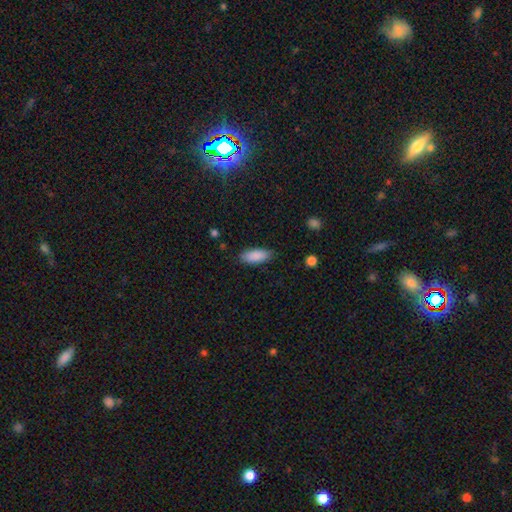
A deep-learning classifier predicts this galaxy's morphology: Smooth or featured? Predicted: smooth (p=0.89). How rounded? Predicted: in between (p=0.81). Merging? Predicted: none (p=0.84).